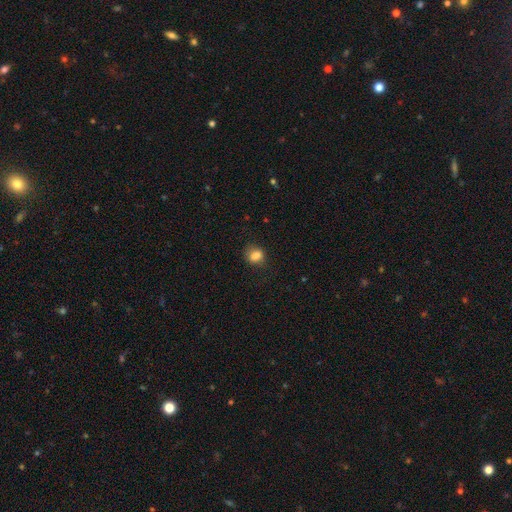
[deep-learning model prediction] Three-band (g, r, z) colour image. It shows a smooth galaxy with no disk features (82%) that is in between round and cigar-shaped (57%). Merging: none (71%).